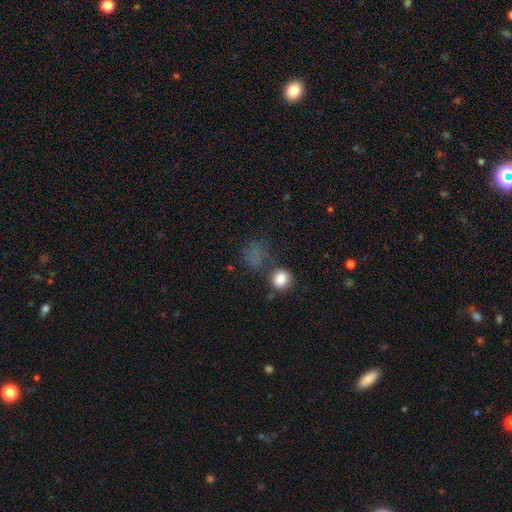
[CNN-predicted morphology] type=smooth (64%); roundness=round (64%); merging=none (48%).